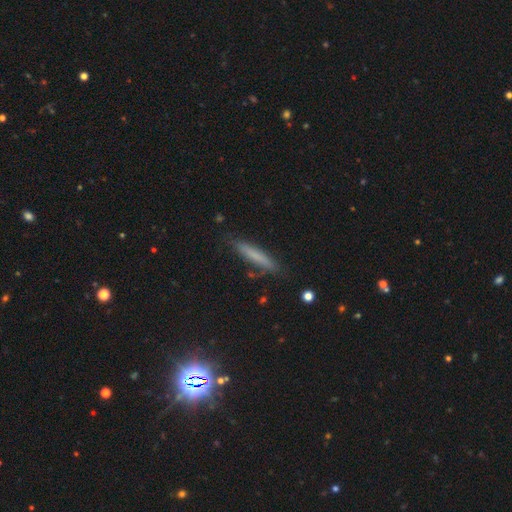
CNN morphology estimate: Smooth or featured?
  - smooth: 70% *
  - featured or disk: 22%
  - star or artifact: 8%
How rounded?
  - cigar-shaped: 91% *
  - in between: 8%
  - round: 2%
Merging?
  - none: 81% *
  - minor disturbance: 14%
  - major disturbance: 3%
  - merger: 2%